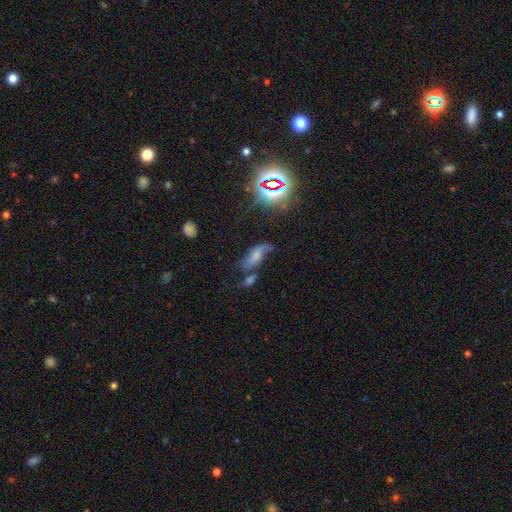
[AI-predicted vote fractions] Smooth or featured: featured or disk — 43% (smooth — 36%)
Merging: none — 37% (minor disturbance — 24%)